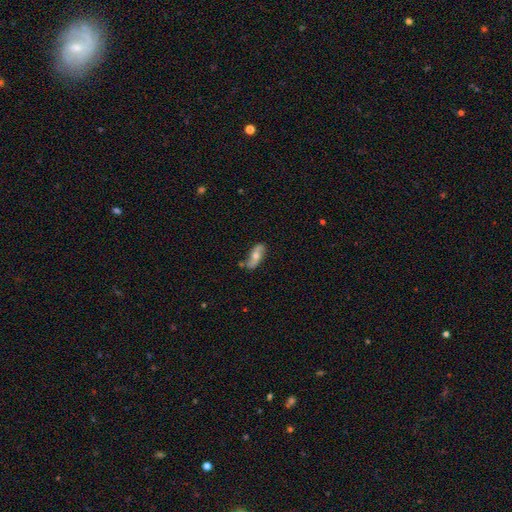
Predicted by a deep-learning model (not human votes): Smooth or featured: featured or disk — 52% (smooth — 41%)
Edge-on disk: no — 81% (yes — 19%)
Merging: none — 70% (minor disturbance — 20%)